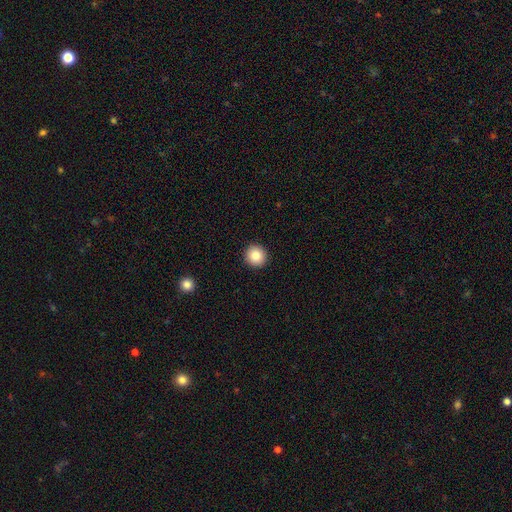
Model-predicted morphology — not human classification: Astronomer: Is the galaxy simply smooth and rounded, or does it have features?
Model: smooth — 86%.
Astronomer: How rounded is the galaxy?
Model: round — 93%.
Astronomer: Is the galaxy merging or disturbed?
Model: none — 93%.